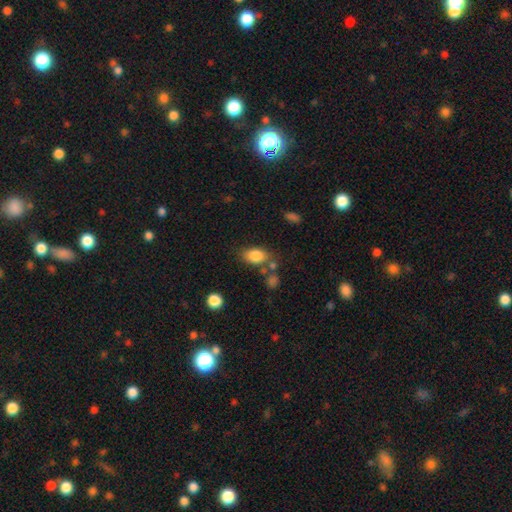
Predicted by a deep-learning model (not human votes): This appears to be a smooth galaxy with no disk features (83%) that is in between round and cigar-shaped (82%). Merging: none (64%).